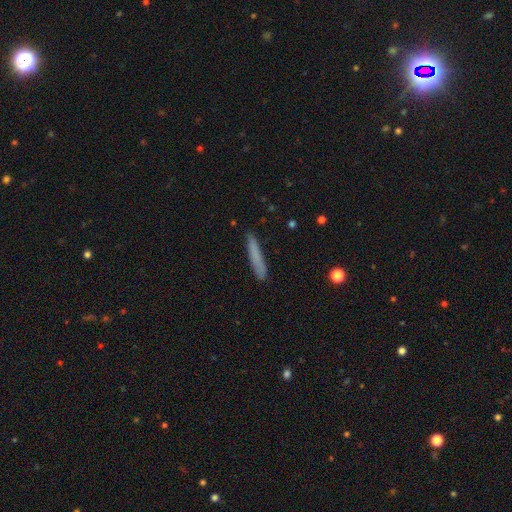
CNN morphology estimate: A smooth galaxy with no disk features (77%) that is cigar-shaped (95%).

Vote fractions:
- Smooth or featured? smooth: 77% / featured or disk: 16% / star or artifact: 7%
- How rounded? cigar-shaped: 95% / in between: 4% / round: 1%
- Merging? none: 88% / minor disturbance: 9% / major disturbance: 2% / merger: 1%